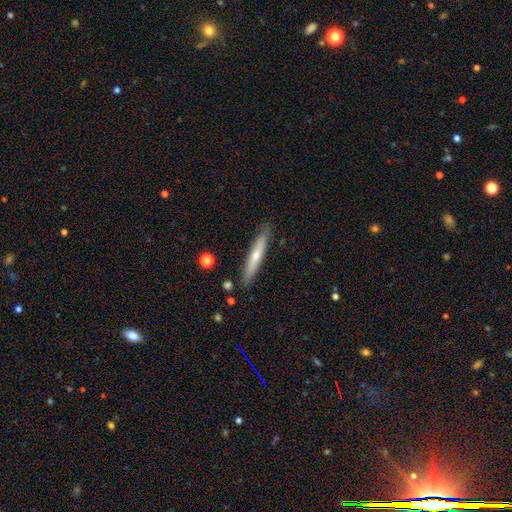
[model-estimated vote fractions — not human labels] Q: Smooth or featured?
A: smooth (49%); runner-up: featured or disk (45%)
Q: Merging?
A: none (88%); runner-up: minor disturbance (9%)